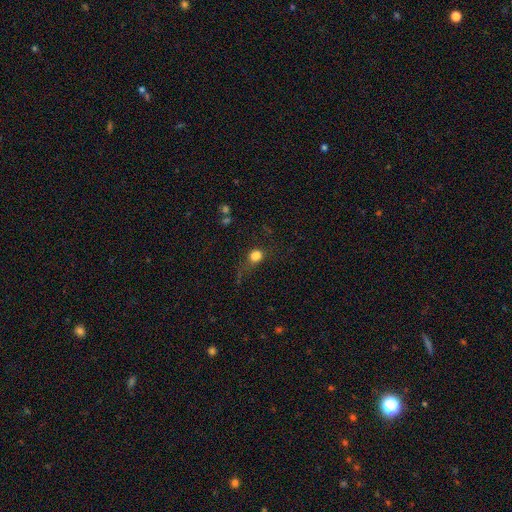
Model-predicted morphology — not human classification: Smooth or featured? smooth (78%)
How rounded? round (66%)
Merging? none (52%)